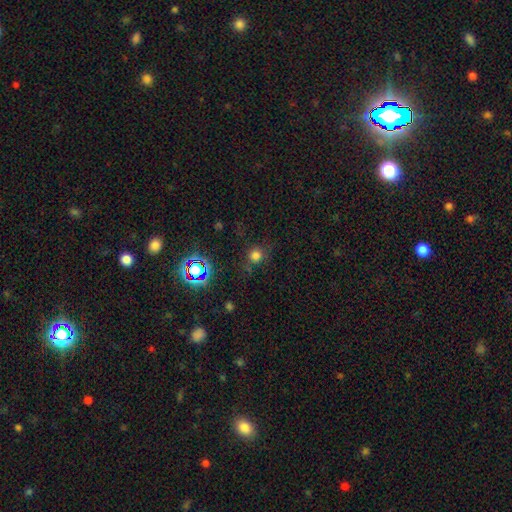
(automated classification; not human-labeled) The model was most divided on "smooth or featured": smooth: 67%, star or artifact: 25%, featured or disk: 8%. More confident: how rounded — round (89%); merging — none (76%).